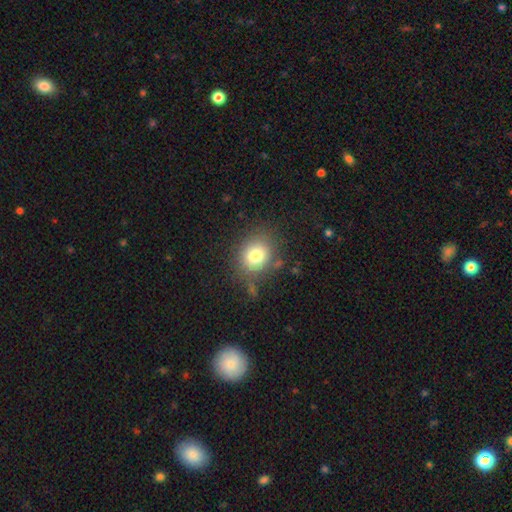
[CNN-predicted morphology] A smooth galaxy with no disk features (79%) that is round (71%). Merging: none (75%).